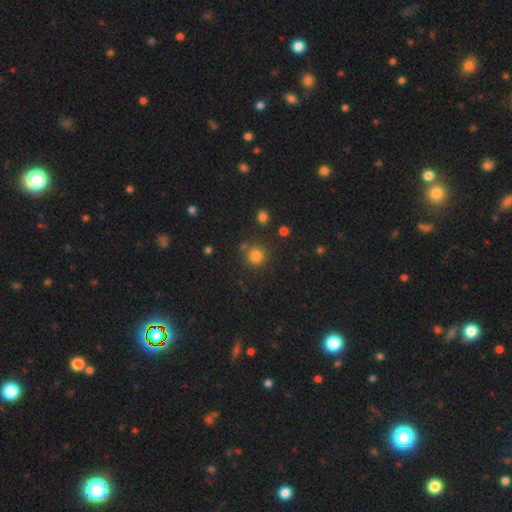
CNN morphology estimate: Smooth or featured: smooth — 81% (star or artifact — 14%)
How rounded: round — 92% (in between — 7%)
Merging: none — 79% (minor disturbance — 10%)